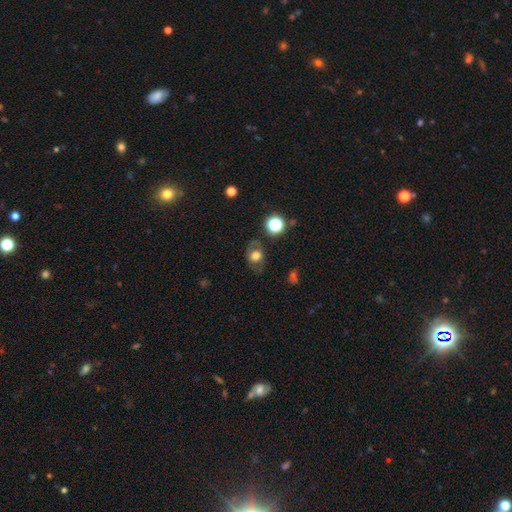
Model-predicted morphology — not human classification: smooth_or_featured: smooth (p=0.59) [alt: featured or disk p=0.29]
how_rounded: in between (p=0.52) [alt: round p=0.46]
merging: none (p=0.72) [alt: minor disturbance p=0.17]